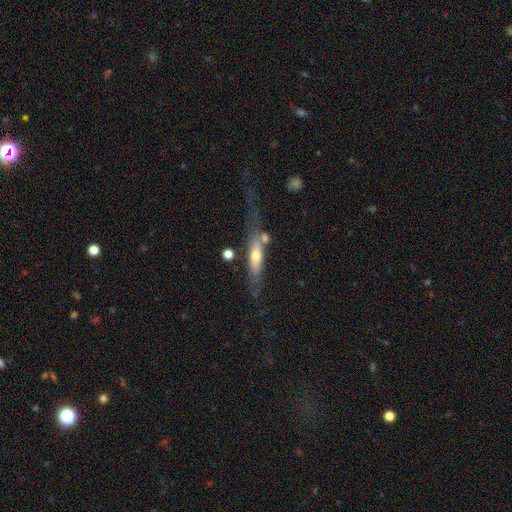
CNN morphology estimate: Smooth or featured?
  - featured or disk: 47% *
  - smooth: 46%
  - star or artifact: 7%
Merging?
  - none: 46% *
  - minor disturbance: 23%
  - major disturbance: 17%
  - merger: 15%